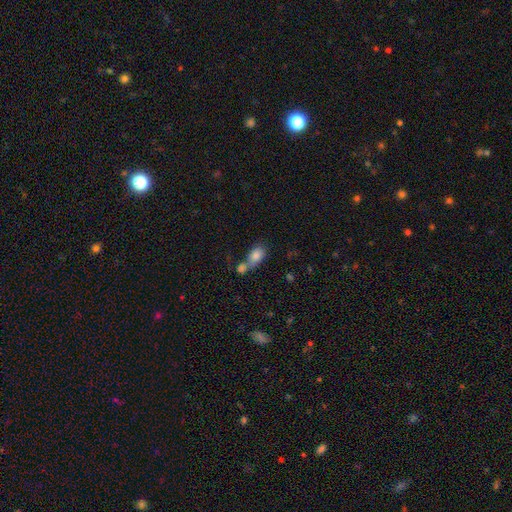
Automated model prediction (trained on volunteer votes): Smooth or featured?
  - smooth: 82% *
  - featured or disk: 10%
  - star or artifact: 8%
How rounded?
  - in between: 82% *
  - round: 15%
  - cigar-shaped: 3%
Merging?
  - merger: 58% *
  - none: 26%
  - minor disturbance: 9%
  - major disturbance: 6%